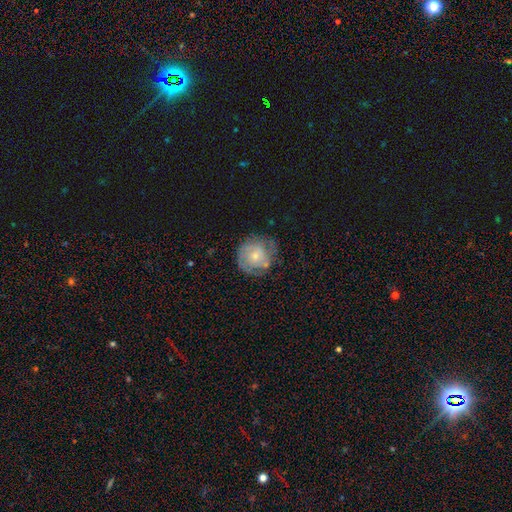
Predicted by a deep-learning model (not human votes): A featured or disk galaxy (62%) with no bar (79%), spiral arms (79%) and a small central bulge (63%). Merging: none (62%).